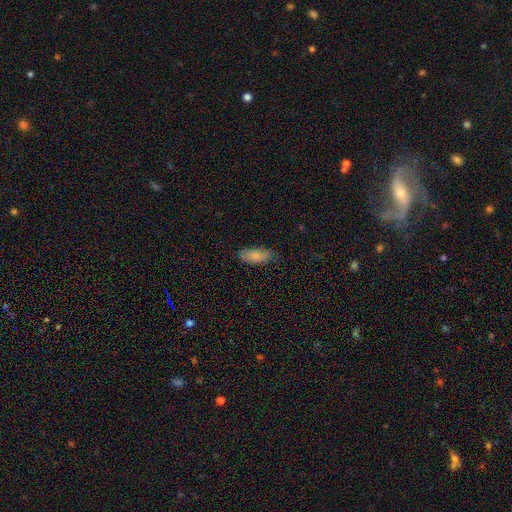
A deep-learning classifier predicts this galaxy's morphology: Q: Smooth or featured?
A: smooth (83%); runner-up: featured or disk (10%)
Q: How rounded?
A: in between (86%); runner-up: cigar-shaped (12%)
Q: Merging?
A: none (76%); runner-up: minor disturbance (19%)